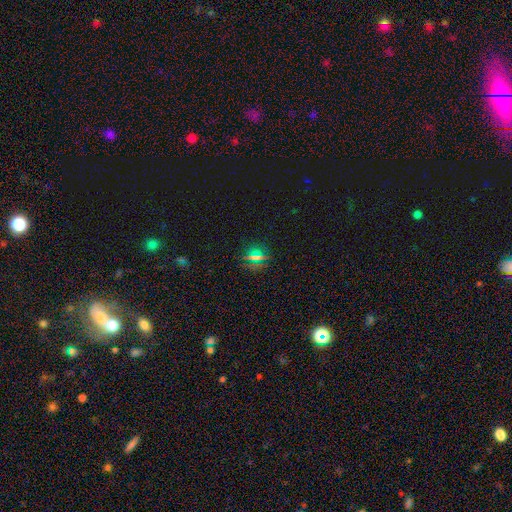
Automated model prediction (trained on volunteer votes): smooth 49%, star or artifact 35%, featured or disk 16%. Down the decision tree: merging — none (87%).